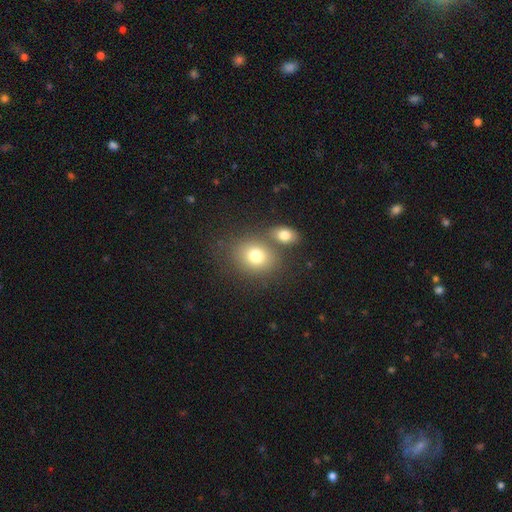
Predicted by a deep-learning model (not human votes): Q: Smooth or featured?
A: smooth (77%); runner-up: featured or disk (12%)
Q: How rounded?
A: round (56%); runner-up: in between (43%)
Q: Merging?
A: none (56%); runner-up: merger (29%)